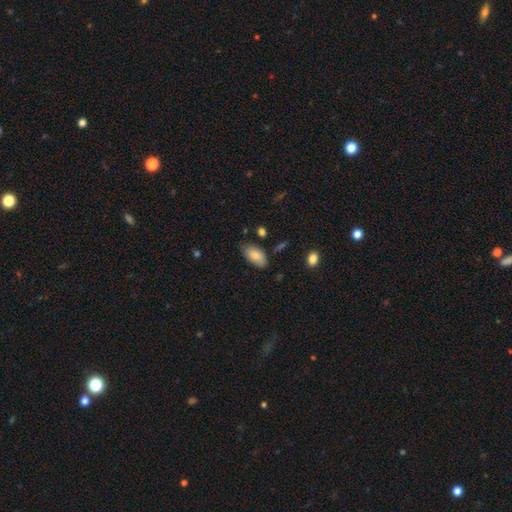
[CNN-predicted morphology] smooth_or_featured: smooth (p=0.84) [alt: featured or disk p=0.09]
how_rounded: in between (p=0.94) [alt: cigar-shaped p=0.03]
merging: none (p=0.73) [alt: minor disturbance p=0.21]